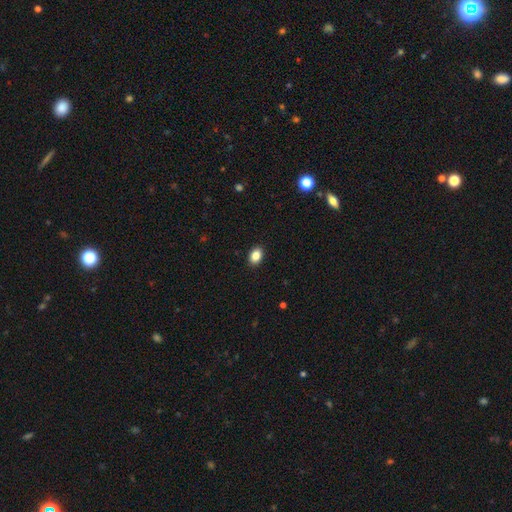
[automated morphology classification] type=smooth (87%); roundness=in between (77%); merging=none (90%).